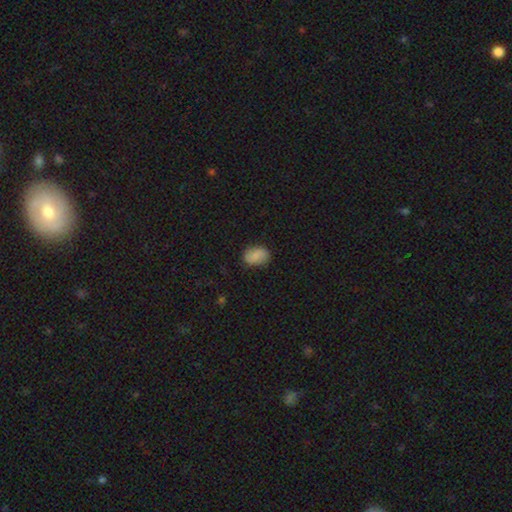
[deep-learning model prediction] Morphology: type=smooth (77%); roundness=in between (76%); merging=none (80%).